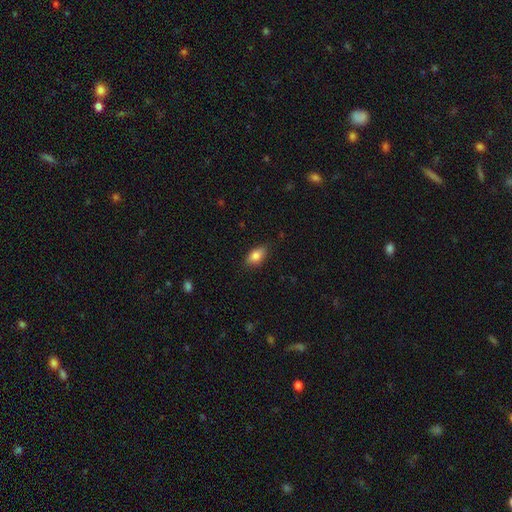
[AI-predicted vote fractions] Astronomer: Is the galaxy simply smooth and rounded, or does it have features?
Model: smooth — 83%.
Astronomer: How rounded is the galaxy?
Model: in between — 89%.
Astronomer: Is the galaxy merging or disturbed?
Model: none — 85%.